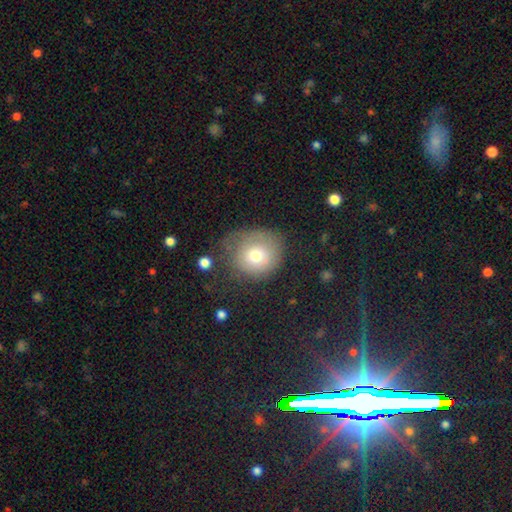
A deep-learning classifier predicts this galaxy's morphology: smooth_or_featured: smooth (p=0.70) [alt: featured or disk p=0.20]
how_rounded: round (p=0.82) [alt: in between p=0.17]
merging: none (p=0.58) [alt: minor disturbance p=0.25]